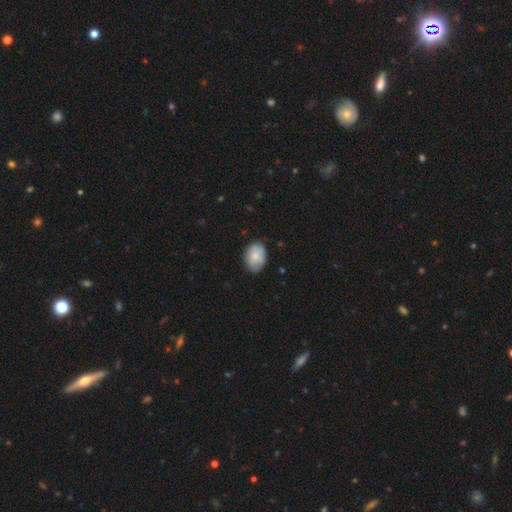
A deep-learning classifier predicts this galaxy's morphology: Smooth or featured: smooth — 78% (featured or disk — 15%)
How rounded: in between — 79% (round — 20%)
Merging: none — 77% (minor disturbance — 19%)